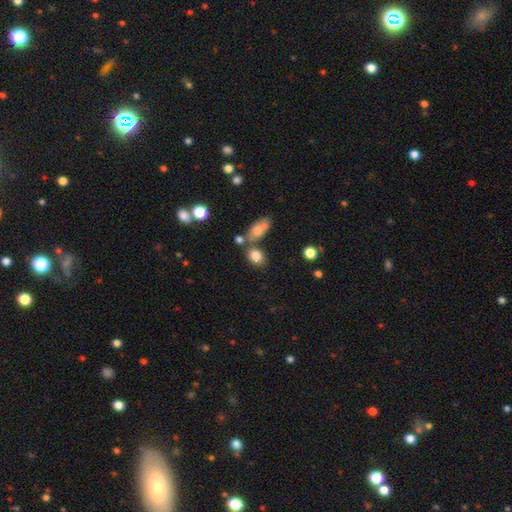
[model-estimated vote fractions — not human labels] This appears to be a smooth galaxy with no disk features (81%) that is in between round and cigar-shaped (71%). Merging: none (58%).